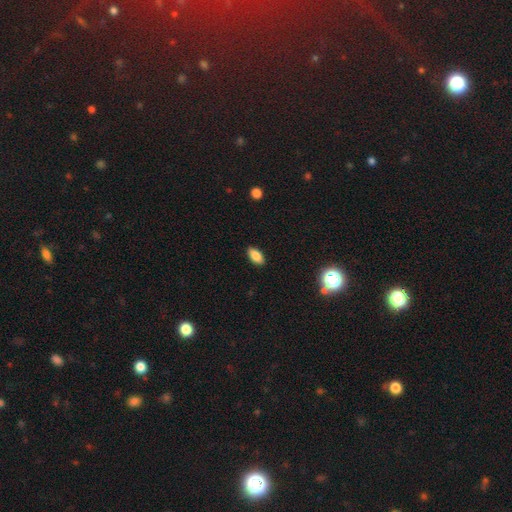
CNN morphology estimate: smooth 85%, star or artifact 8%, featured or disk 6%. Down the decision tree: how rounded — in between (91%); merging — none (89%).